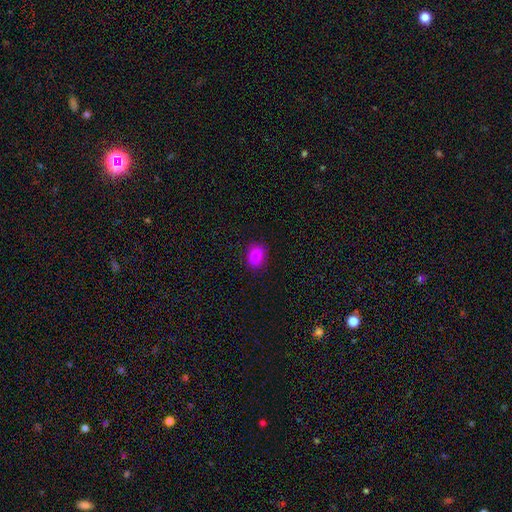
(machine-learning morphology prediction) Smooth or featured? Predicted: smooth (p=0.85). How rounded? Predicted: in between (p=0.70). Merging? Predicted: none (p=0.88).